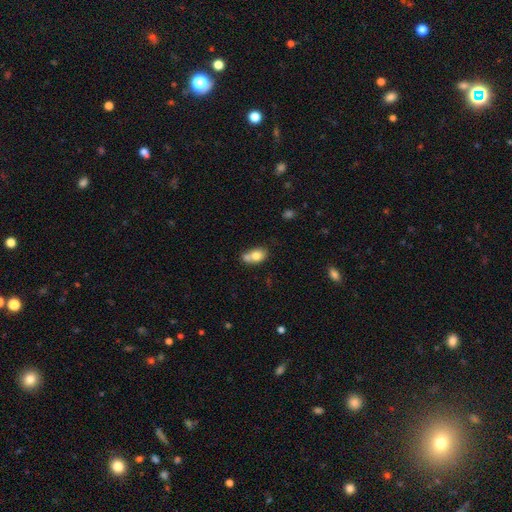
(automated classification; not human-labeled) Morphology: type=smooth (76%); roundness=in between (72%); merging=merger (47%).